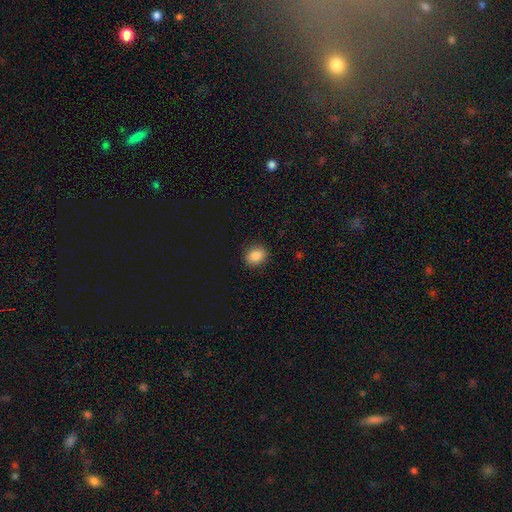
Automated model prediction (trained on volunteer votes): Morphology: type=smooth (86%); roundness=round (54%); merging=none (89%).